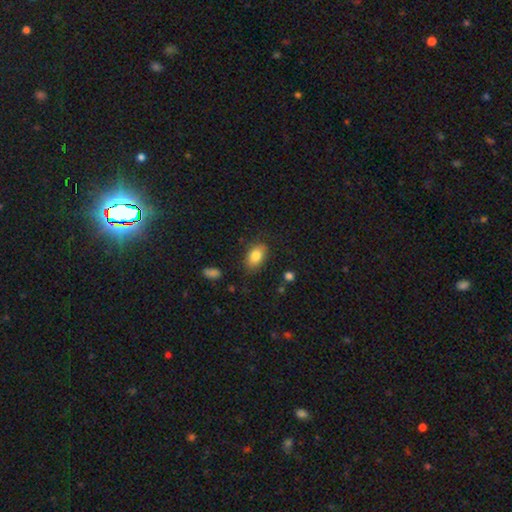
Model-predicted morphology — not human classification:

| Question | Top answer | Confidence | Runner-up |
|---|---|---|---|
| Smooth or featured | smooth | 83% | featured or disk (10%) |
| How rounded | in between | 87% | round (12%) |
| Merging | none | 78% | minor disturbance (16%) |